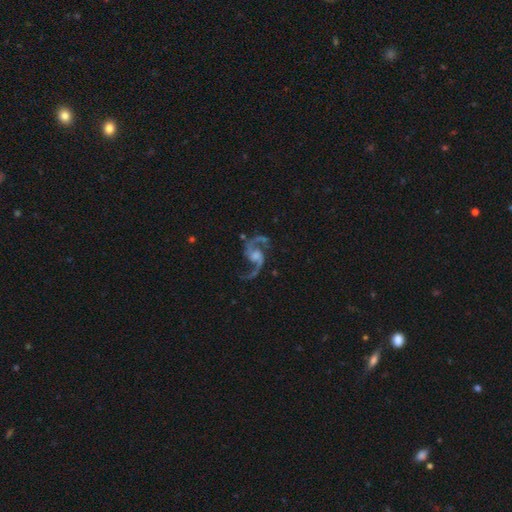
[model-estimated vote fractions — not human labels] Smooth or featured? Predicted: featured or disk (p=0.92). Edge-on disk? Predicted: no (p=0.98). Bar? Predicted: no (p=0.53). Spiral arms? Predicted: yes (p=0.98). Spiral winding? Predicted: loose (p=0.65). Spiral arm count? Predicted: 2 (p=0.94). Bulge size? Predicted: moderate (p=0.36). Merging? Predicted: none (p=0.73).